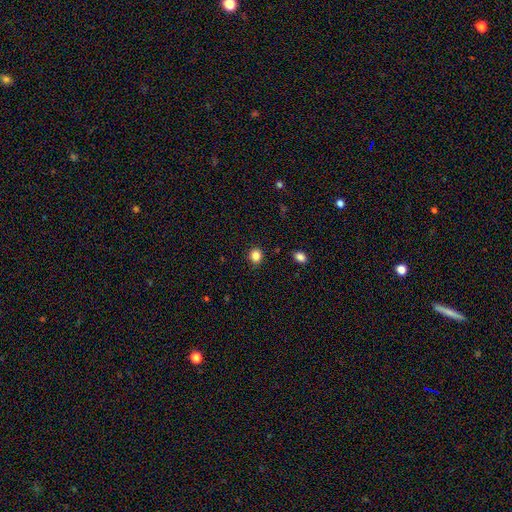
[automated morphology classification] Smooth or featured? smooth (85%)
How rounded? round (70%)
Merging? none (89%)